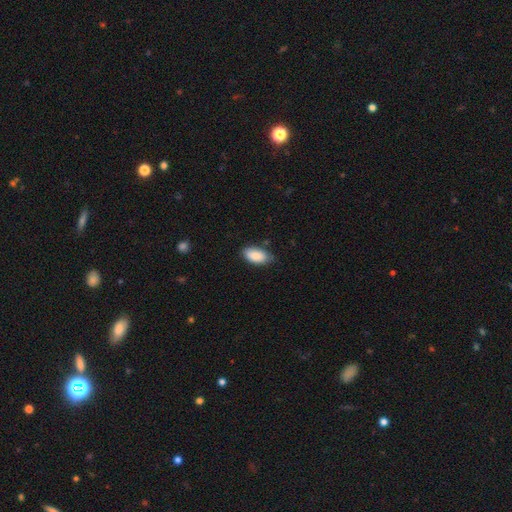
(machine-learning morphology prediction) Smooth or featured? smooth (87%)
How rounded? in between (94%)
Merging? none (75%)